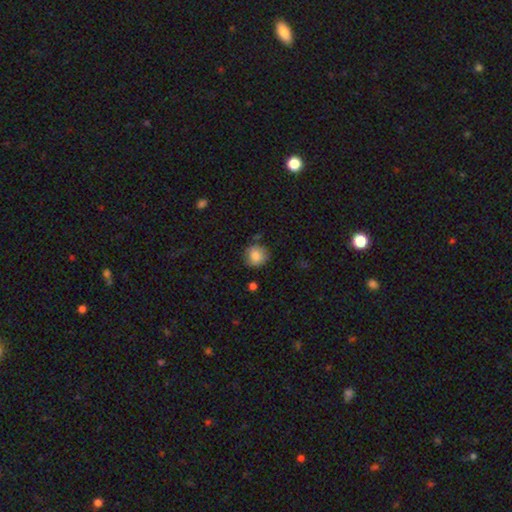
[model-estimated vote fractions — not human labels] The model was most divided on "merging": none: 78%, minor disturbance: 16%, major disturbance: 3%, merger: 3%. More confident: how rounded — round (90%); smooth or featured — smooth (82%).